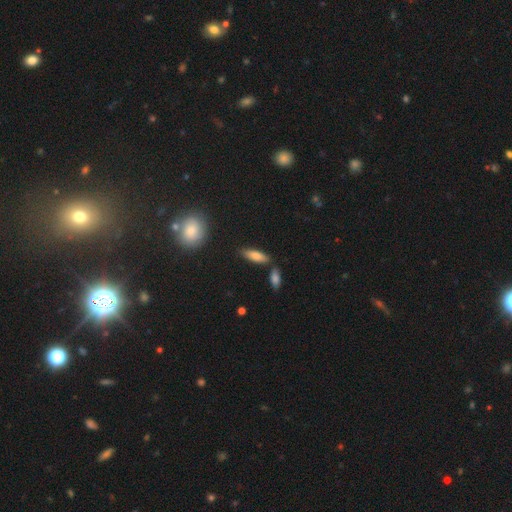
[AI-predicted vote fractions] This appears to be a smooth galaxy with no disk features (76%) that is in between round and cigar-shaped (55%). Merging: none (78%).